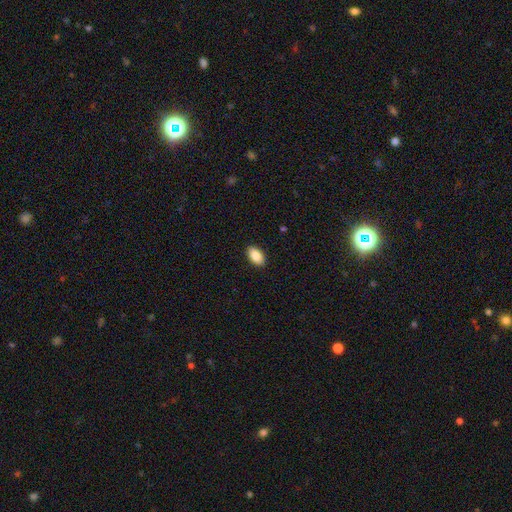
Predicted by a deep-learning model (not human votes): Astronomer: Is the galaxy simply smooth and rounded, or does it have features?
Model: smooth — 88%.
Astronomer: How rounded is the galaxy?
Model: in between — 93%.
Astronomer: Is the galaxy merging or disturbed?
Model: none — 89%.